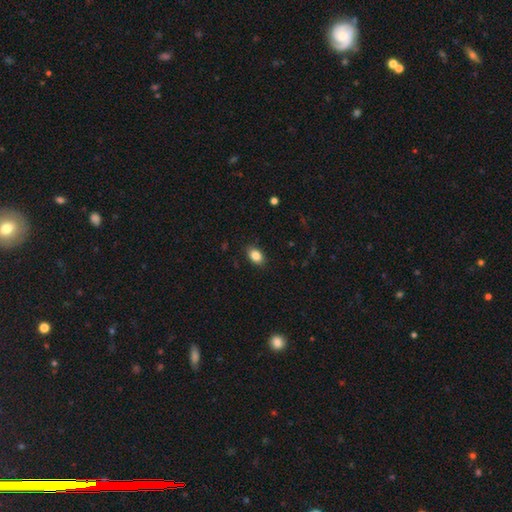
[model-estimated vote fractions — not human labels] Overall: smooth (85%). How rounded: in between (84%). Merging: none (88%).